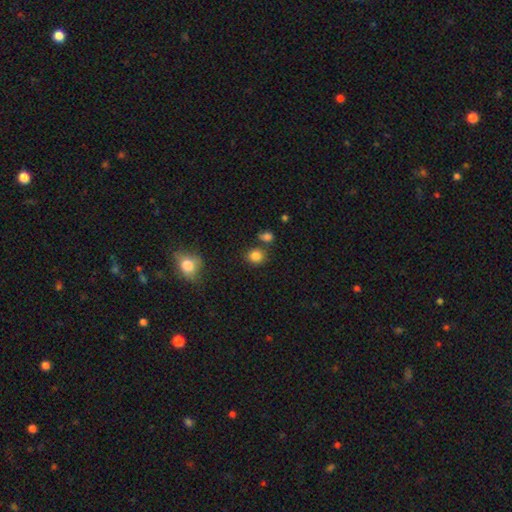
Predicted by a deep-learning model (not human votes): Smooth or featured: smooth — 84% (star or artifact — 11%)
How rounded: round — 77% (in between — 22%)
Merging: none — 75% (merger — 11%)